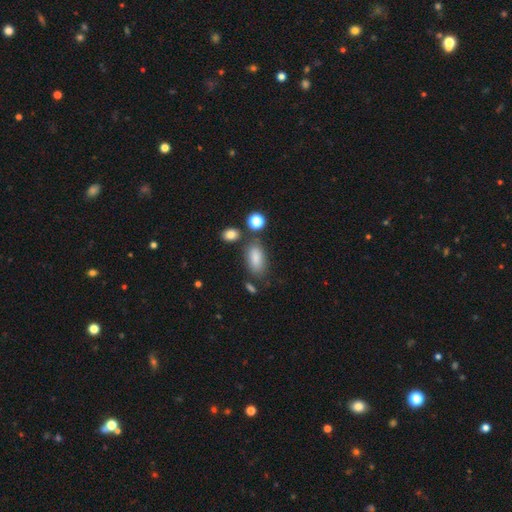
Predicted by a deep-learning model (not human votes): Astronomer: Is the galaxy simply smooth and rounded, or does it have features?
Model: smooth — 82%.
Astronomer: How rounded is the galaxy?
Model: in between — 89%.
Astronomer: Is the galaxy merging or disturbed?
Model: none — 70%.